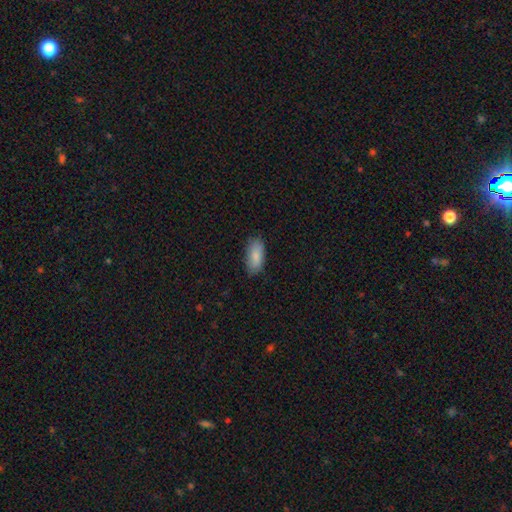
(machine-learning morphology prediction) smooth 85%, featured or disk 9%, star or artifact 6%. Down the decision tree: how rounded — in between (89%); merging — none (82%).